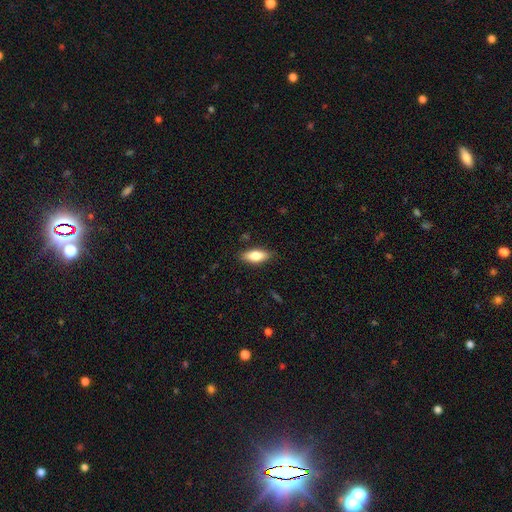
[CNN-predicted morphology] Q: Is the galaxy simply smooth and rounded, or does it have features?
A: smooth — 76%.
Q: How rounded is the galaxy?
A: in between — 78%.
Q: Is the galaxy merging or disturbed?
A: none — 85%.